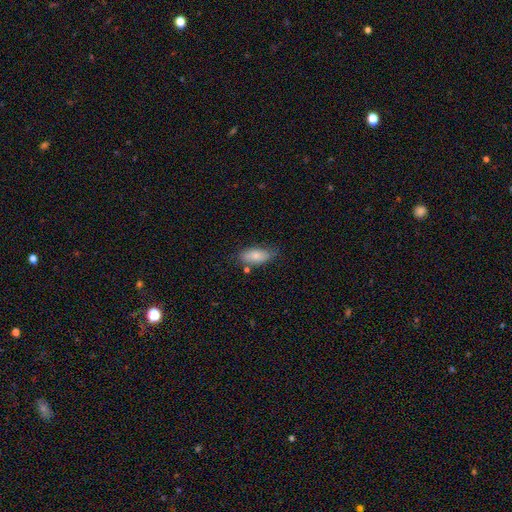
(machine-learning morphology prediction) The model was most divided on "merging": none: 65%, minor disturbance: 24%, merger: 6%, major disturbance: 5%. More confident: how rounded — in between (89%); smooth or featured — smooth (78%).